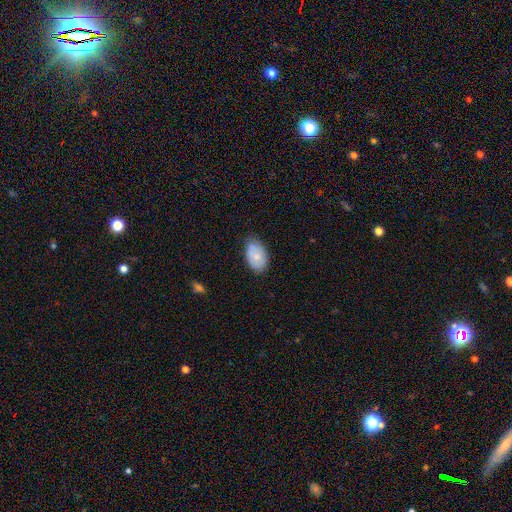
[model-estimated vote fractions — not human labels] This is likely a smooth galaxy (70%). How rounded: clearly in between (91%). Merging: likely none (68%).